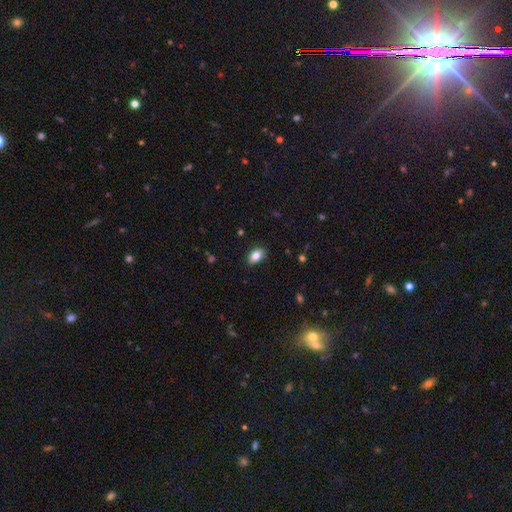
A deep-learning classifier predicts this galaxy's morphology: smooth 83%, featured or disk 9%, star or artifact 8%. Down the decision tree: how rounded — in between (86%); merging — none (86%).